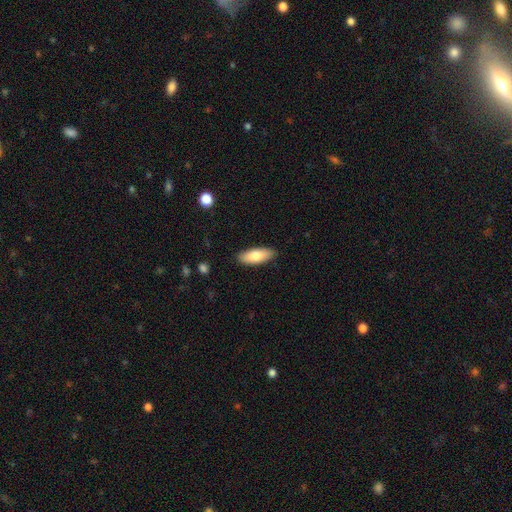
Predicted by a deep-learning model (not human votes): smooth-or-featured: smooth: 79% | featured or disk: 16% | star or artifact: 6%
  how-rounded: in between: 73% | cigar-shaped: 25% | round: 2%
  merging: none: 88% | minor disturbance: 9% | major disturbance: 2% | merger: 1%